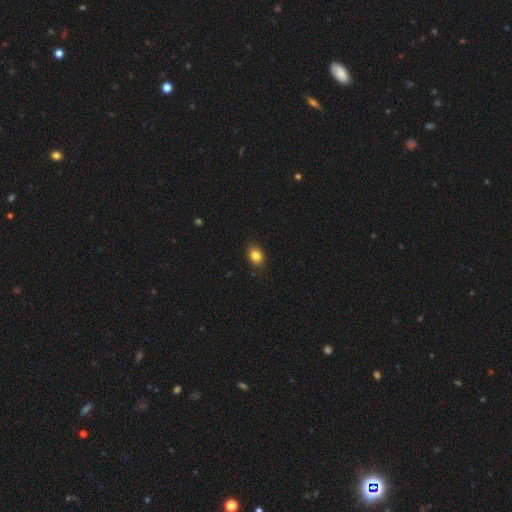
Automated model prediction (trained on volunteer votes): The model was most divided on "how rounded": in between: 64%, round: 35%, cigar-shaped: 1%. More confident: merging — none (85%); smooth or featured — smooth (83%).